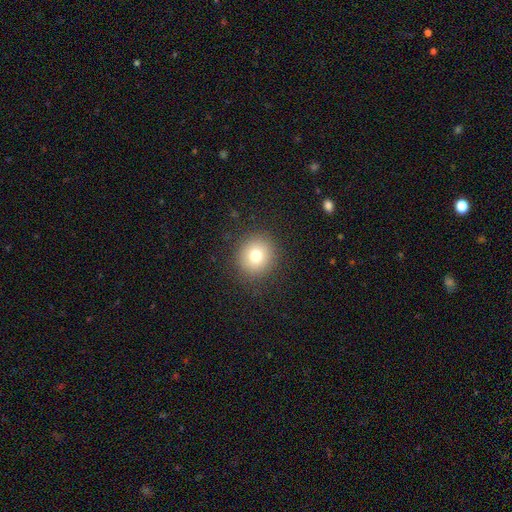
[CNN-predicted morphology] type=smooth (76%); roundness=round (87%); merging=none (89%).